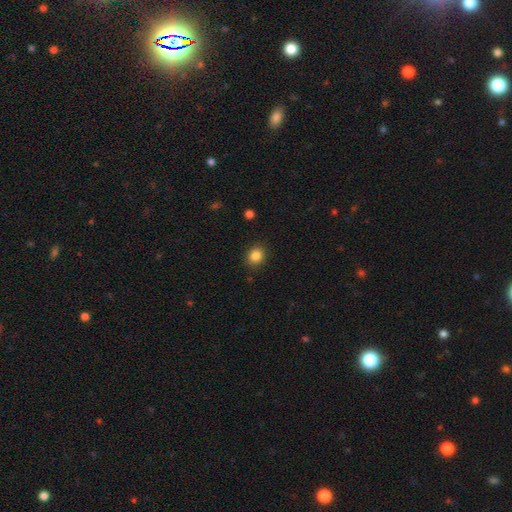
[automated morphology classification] smooth_or_featured: smooth (p=0.85) [alt: star or artifact p=0.10]
how_rounded: round (p=0.68) [alt: in between p=0.31]
merging: none (p=0.89) [alt: minor disturbance p=0.08]